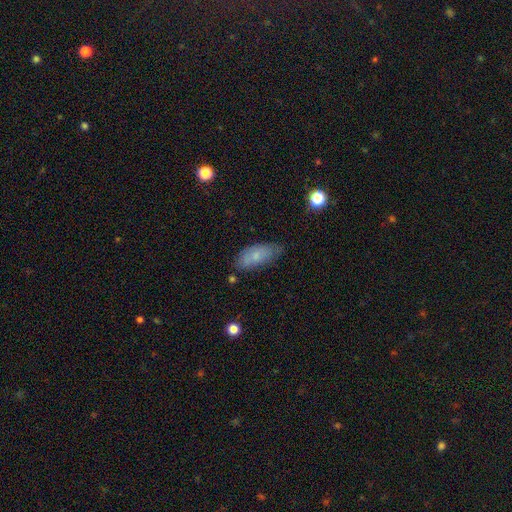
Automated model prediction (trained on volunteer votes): Q: Smooth or featured?
A: smooth (74%); runner-up: featured or disk (20%)
Q: How rounded?
A: in between (85%); runner-up: cigar-shaped (13%)
Q: Merging?
A: none (68%); runner-up: minor disturbance (25%)